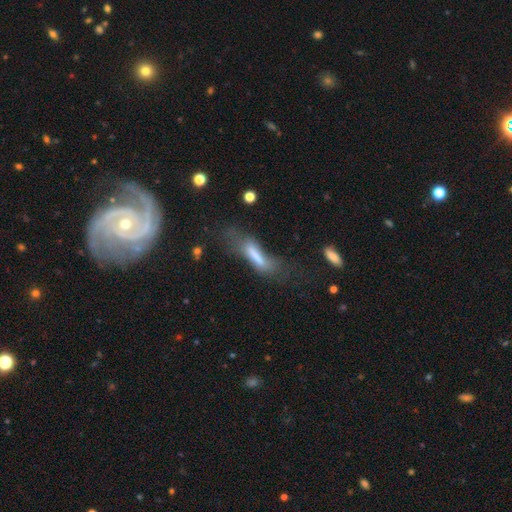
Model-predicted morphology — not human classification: smooth_or_featured: smooth (p=0.60) [alt: featured or disk p=0.30]
how_rounded: cigar-shaped (p=0.72) [alt: in between p=0.26]
merging: major disturbance (p=0.42) [alt: none p=0.28]